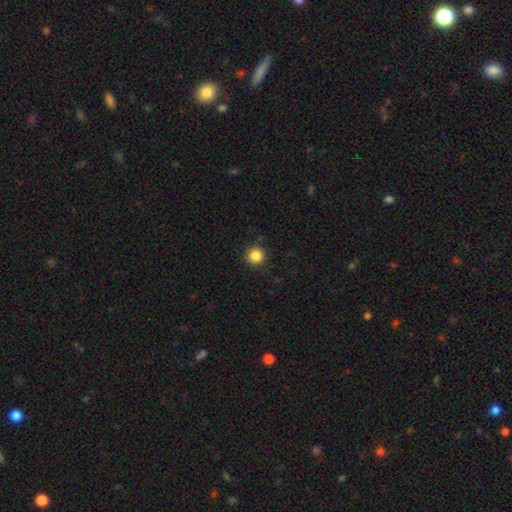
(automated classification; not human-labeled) Overall: smooth (86%). How rounded: round (95%). Merging: none (90%).